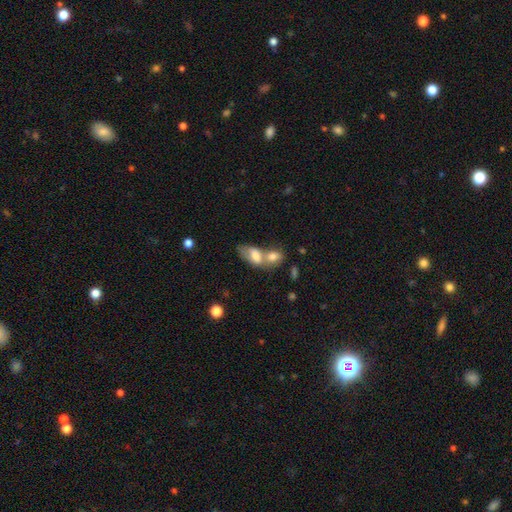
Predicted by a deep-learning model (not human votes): Smooth or featured?
  - smooth: 71% *
  - featured or disk: 21%
  - star or artifact: 8%
How rounded?
  - in between: 88% *
  - round: 7%
  - cigar-shaped: 5%
Merging?
  - merger: 68% *
  - none: 17%
  - minor disturbance: 9%
  - major disturbance: 7%